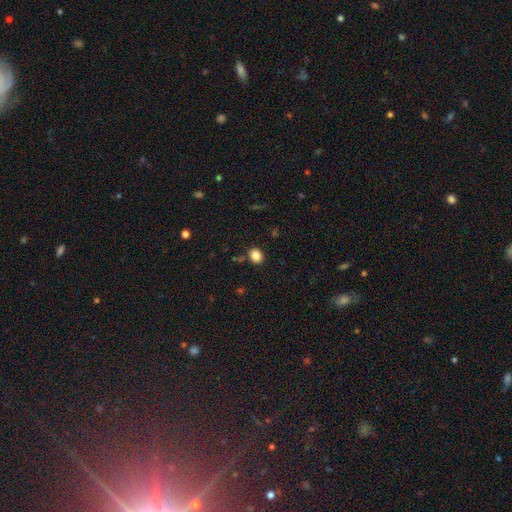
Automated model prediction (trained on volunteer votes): This appears to be a smooth galaxy with no disk features (85%) that is round (58%). Merging: none (85%).